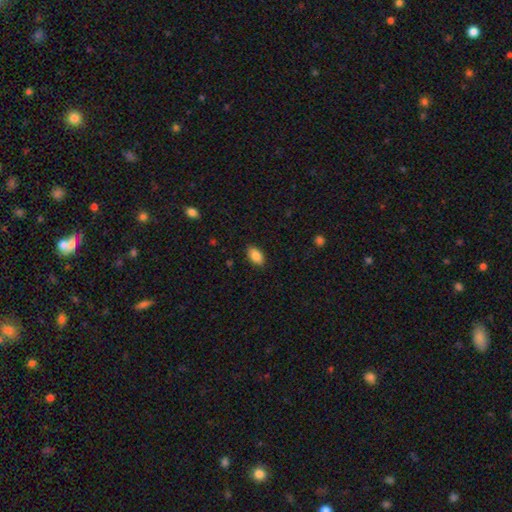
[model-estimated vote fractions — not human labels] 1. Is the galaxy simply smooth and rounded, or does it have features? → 87% smooth, 7% star or artifact, 5% featured or disk.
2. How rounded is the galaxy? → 92% in between, 5% round, 3% cigar-shaped.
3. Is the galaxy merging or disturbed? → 88% none, 9% minor disturbance, 2% major disturbance, 1% merger.